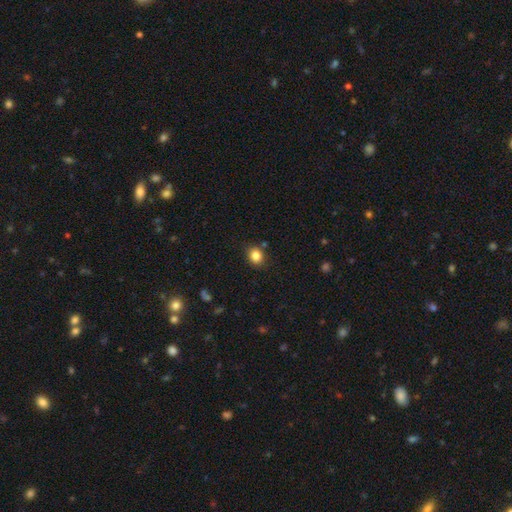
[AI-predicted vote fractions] Smooth or featured: smooth — 84% (star or artifact — 11%)
How rounded: round — 68% (in between — 31%)
Merging: none — 86% (minor disturbance — 9%)